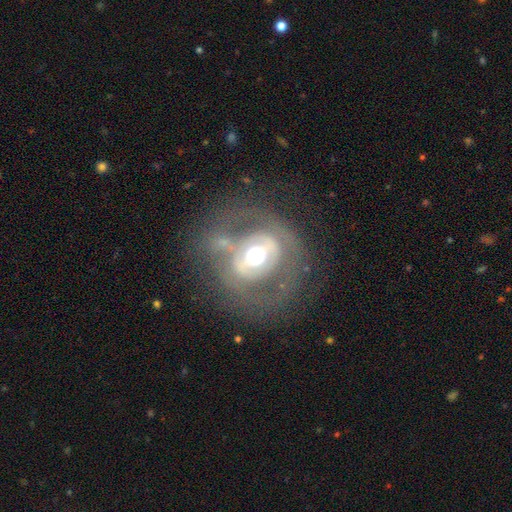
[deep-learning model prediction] Smooth or featured?
  - featured or disk: 63% *
  - smooth: 27%
  - star or artifact: 10%
Edge-on disk?
  - no: 93% *
  - yes: 7%
Bar?
  - no: 44% *
  - strong: 31%
  - weak: 25%
Spiral arms?
  - no: 70% *
  - yes: 30%
Bulge size?
  - moderate: 50% *
  - large: 34%
  - dominant: 10%
  - small: 5%
  - none: 1%
Merging?
  - none: 67% *
  - major disturbance: 17%
  - minor disturbance: 14%
  - merger: 3%